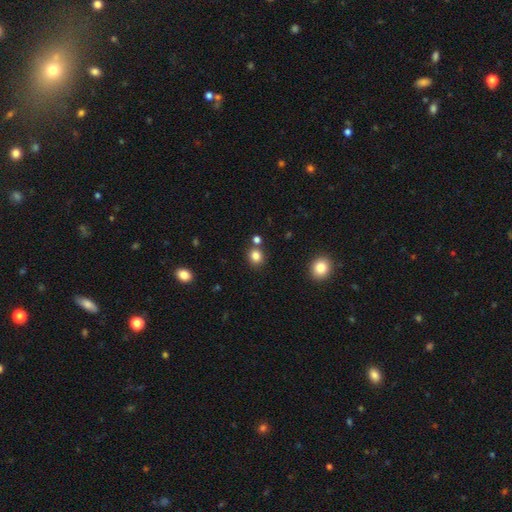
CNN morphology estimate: Overall: smooth (83%). How rounded: round (75%). Merging: none (78%).